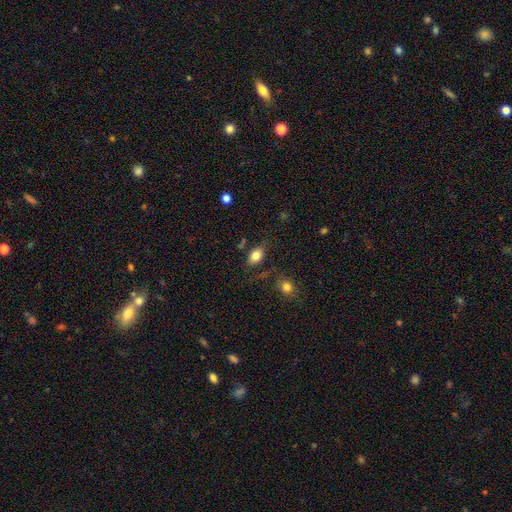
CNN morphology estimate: The model was most divided on "merging": none: 75%, minor disturbance: 15%, major disturbance: 5%, merger: 5%. More confident: how rounded — in between (86%); smooth or featured — smooth (80%).